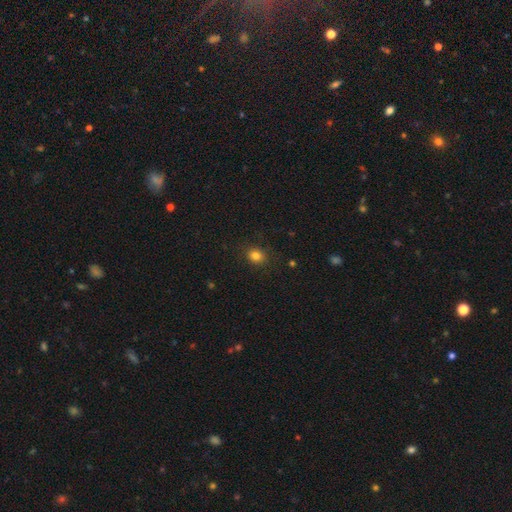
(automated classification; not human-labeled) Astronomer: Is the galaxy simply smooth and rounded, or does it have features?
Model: smooth — 82%.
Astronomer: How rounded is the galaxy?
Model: round — 65%.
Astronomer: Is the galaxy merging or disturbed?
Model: none — 87%.